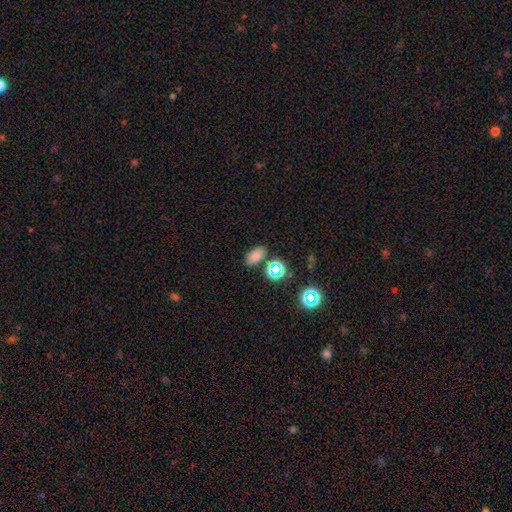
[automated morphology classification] Smooth or featured?
  - smooth: 74% *
  - star or artifact: 20%
  - featured or disk: 6%
How rounded?
  - in between: 88% *
  - round: 10%
  - cigar-shaped: 2%
Merging?
  - none: 78% *
  - minor disturbance: 11%
  - merger: 8%
  - major disturbance: 3%